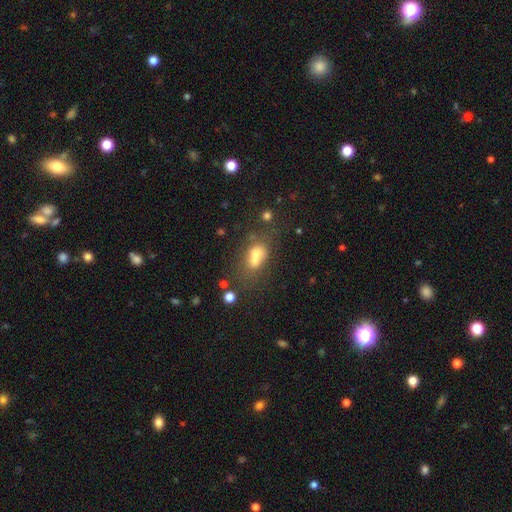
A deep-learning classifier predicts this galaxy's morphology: Q: Smooth or featured?
A: smooth (64%); runner-up: featured or disk (20%)
Q: How rounded?
A: in between (74%); runner-up: round (19%)
Q: Merging?
A: merger (39%); runner-up: none (33%)